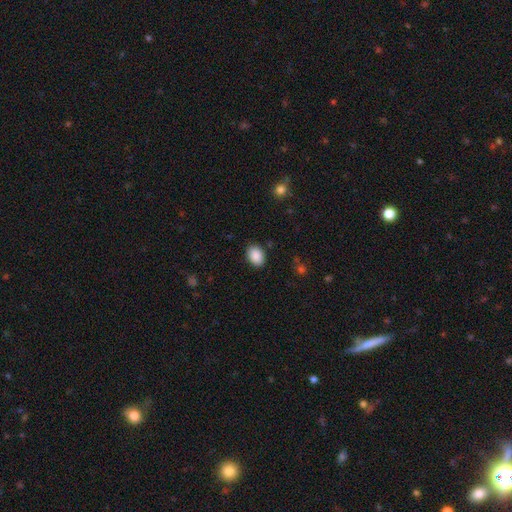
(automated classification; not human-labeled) Q: Smooth or featured?
A: smooth (90%); runner-up: star or artifact (7%)
Q: How rounded?
A: in between (76%); runner-up: round (23%)
Q: Merging?
A: none (87%); runner-up: minor disturbance (9%)